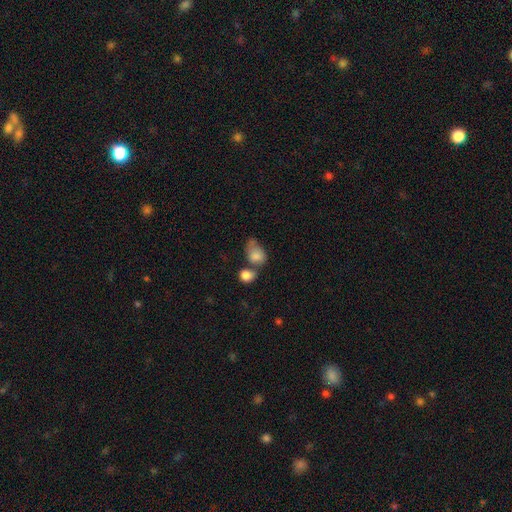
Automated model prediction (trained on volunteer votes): Smooth or featured? Predicted: smooth (p=0.80). How rounded? Predicted: in between (p=0.65). Merging? Predicted: merger (p=0.38).